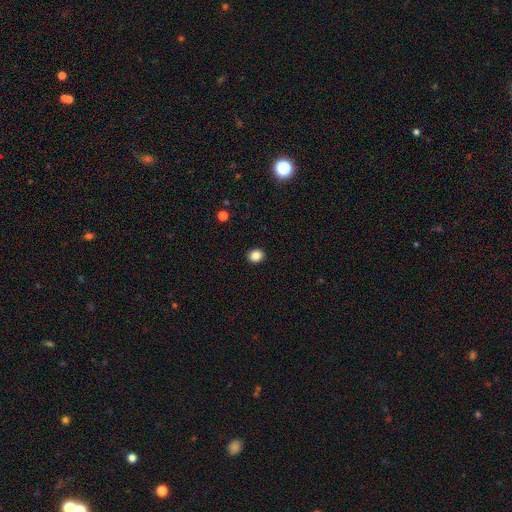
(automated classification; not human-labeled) Morphology: type=smooth (87%); roundness=round (77%); merging=none (92%).